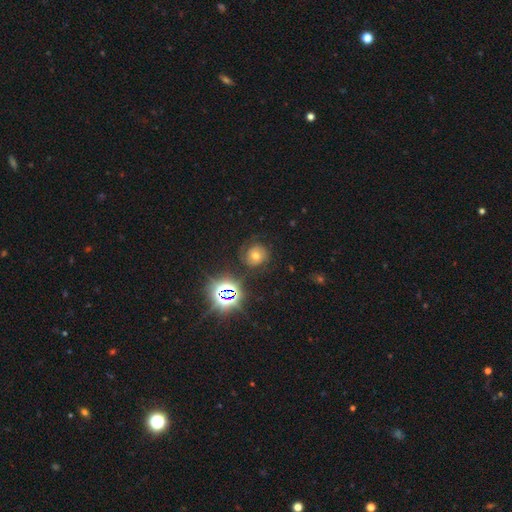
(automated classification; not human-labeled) This is marginally a featured or disk galaxy (42%). Merging: likely none (72%).